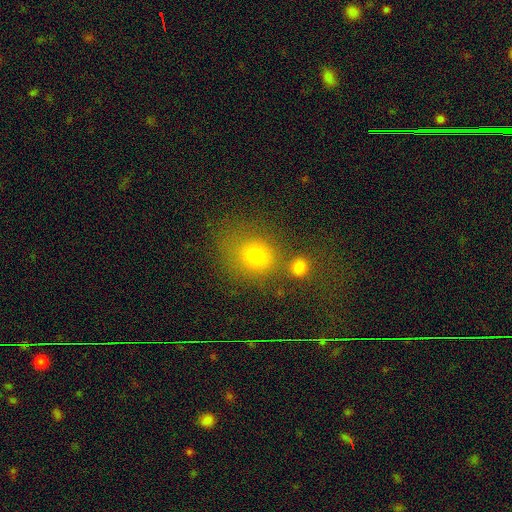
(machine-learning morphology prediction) Smooth or featured: smooth — 74% (star or artifact — 17%)
How rounded: round — 74% (in between — 25%)
Merging: none — 63% (merger — 18%)